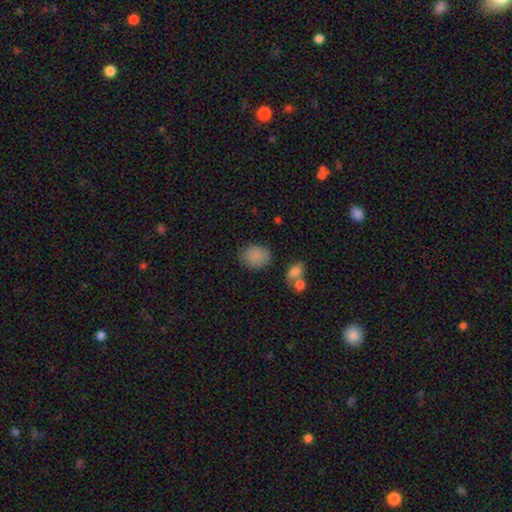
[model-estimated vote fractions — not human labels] A smooth galaxy with no disk features (86%) that is in between round and cigar-shaped (51%).

Vote fractions:
- Smooth or featured? smooth: 86% / star or artifact: 9% / featured or disk: 5%
- How rounded? in between: 51% / round: 48% / cigar-shaped: 1%
- Merging? none: 78% / minor disturbance: 14% / major disturbance: 4% / merger: 4%